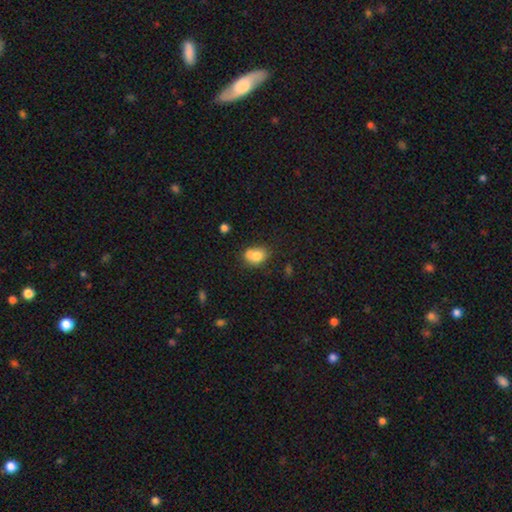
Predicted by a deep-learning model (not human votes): Smooth or featured?
  - smooth: 75% *
  - featured or disk: 15%
  - star or artifact: 10%
How rounded?
  - in between: 55% *
  - round: 44%
  - cigar-shaped: 1%
Merging?
  - none: 39% *
  - merger: 37%
  - minor disturbance: 18%
  - major disturbance: 6%